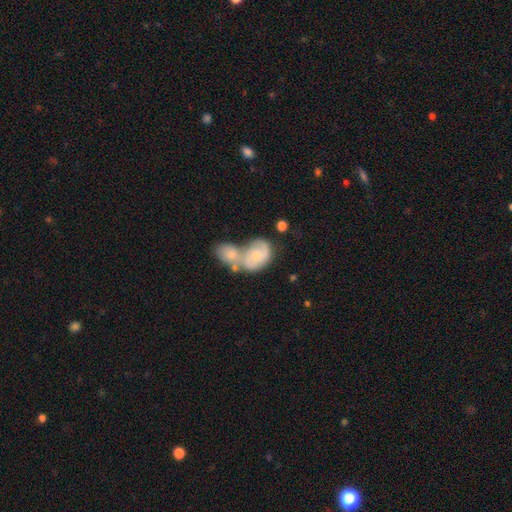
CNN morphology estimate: The model was most divided on "smooth or featured": featured or disk: 52%, smooth: 41%, star or artifact: 8%. More confident: edge-on disk — no (96%); merging — merger (67%).